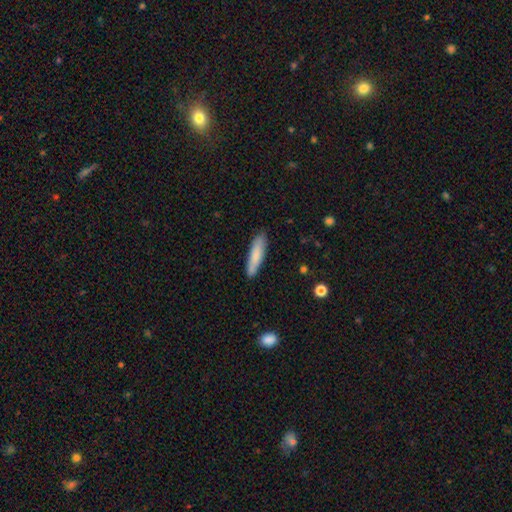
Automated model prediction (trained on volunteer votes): The model was most divided on "how rounded": cigar-shaped: 78%, in between: 21%, round: 1%. More confident: merging — none (84%); smooth or featured — smooth (80%).